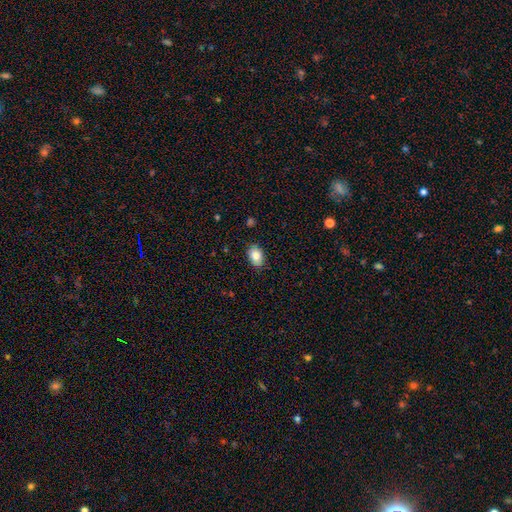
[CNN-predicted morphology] type=smooth (83%); roundness=in between (82%); merging=none (84%).